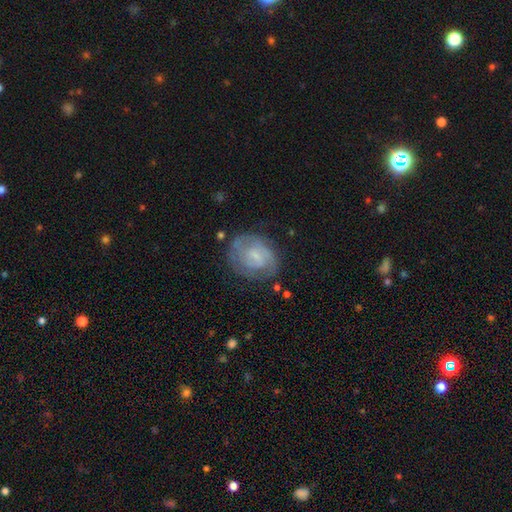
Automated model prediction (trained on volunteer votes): Smooth or featured? featured or disk (65%)
Edge-on disk? no (97%)
Bar? weak (49%)
Spiral arms? yes (82%)
Spiral winding? tight (51%)
Spiral arm count? 2 (47%)
Bulge size? small (57%)
Merging? none (67%)